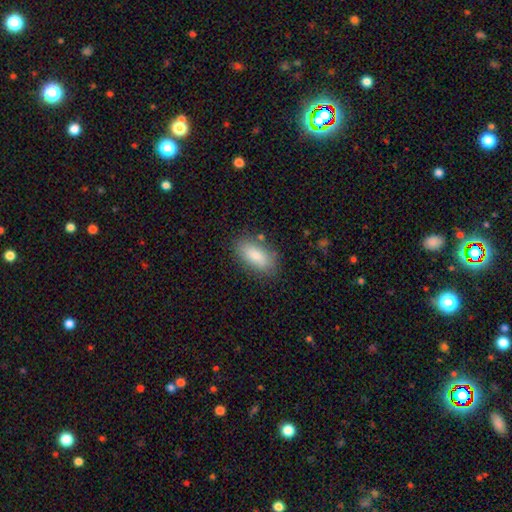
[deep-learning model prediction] The model was most divided on "merging": none: 80%, minor disturbance: 14%, major disturbance: 4%, merger: 2%. More confident: how rounded — in between (88%); smooth or featured — smooth (85%).